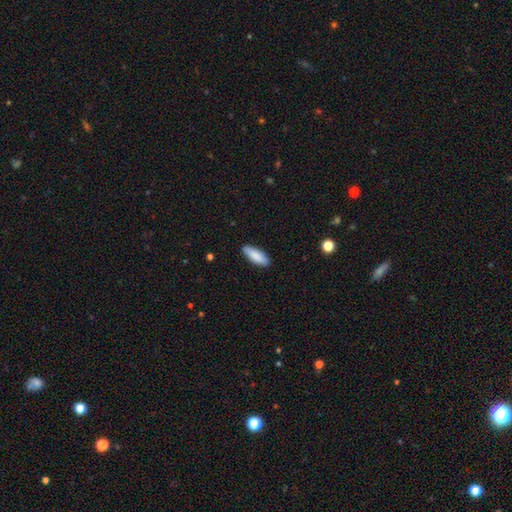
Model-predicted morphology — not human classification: Smooth or featured? smooth (87%)
How rounded? in between (62%)
Merging? none (88%)